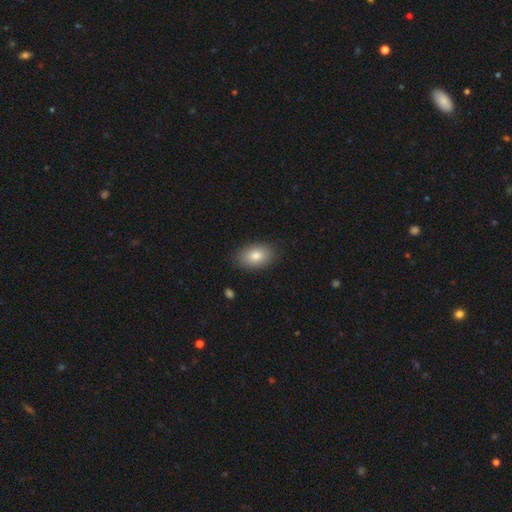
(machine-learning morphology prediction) A smooth galaxy with no disk features (83%) that is in between round and cigar-shaped (88%).

Vote fractions:
- Smooth or featured? smooth: 83% / featured or disk: 9% / star or artifact: 8%
- How rounded? in between: 88% / round: 11% / cigar-shaped: 1%
- Merging? none: 87% / minor disturbance: 10% / major disturbance: 2% / merger: 1%